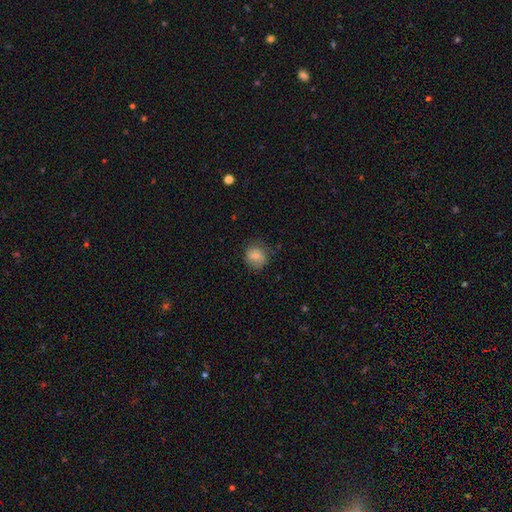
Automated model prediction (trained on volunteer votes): smooth_or_featured: smooth (p=0.76) [alt: featured or disk p=0.15]
how_rounded: round (p=0.79) [alt: in between p=0.20]
merging: none (p=0.76) [alt: minor disturbance p=0.18]